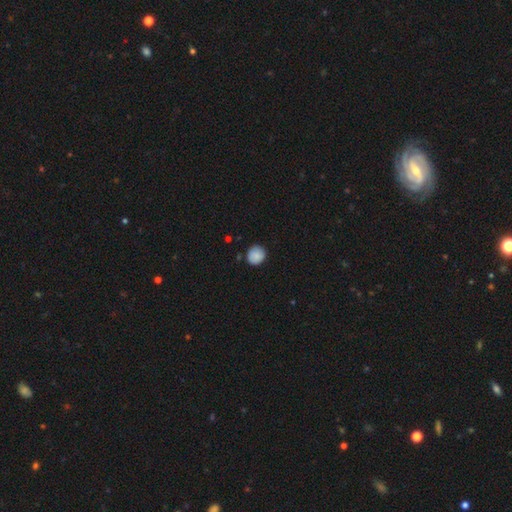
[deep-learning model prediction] Smooth or featured?
  - smooth: 87% *
  - star or artifact: 8%
  - featured or disk: 5%
How rounded?
  - round: 89% *
  - in between: 10%
  - cigar-shaped: 1%
Merging?
  - none: 85% *
  - minor disturbance: 12%
  - major disturbance: 2%
  - merger: 2%